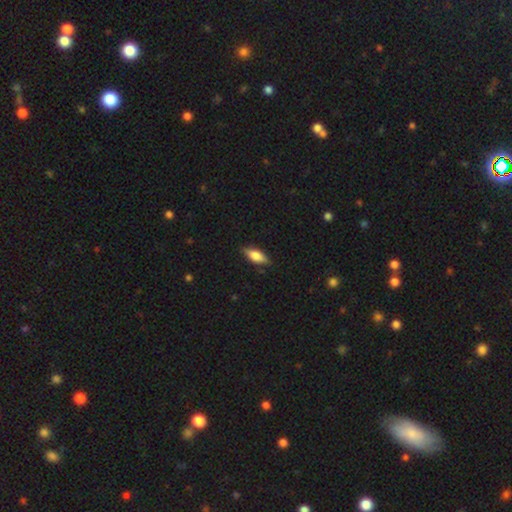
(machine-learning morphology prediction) A smooth galaxy with no disk features (69%) that is in between round and cigar-shaped (73%).

Vote fractions:
- Smooth or featured? smooth: 69% / featured or disk: 25% / star or artifact: 7%
- How rounded? in between: 73% / cigar-shaped: 24% / round: 3%
- Merging? none: 84% / minor disturbance: 13% / major disturbance: 2% / merger: 1%